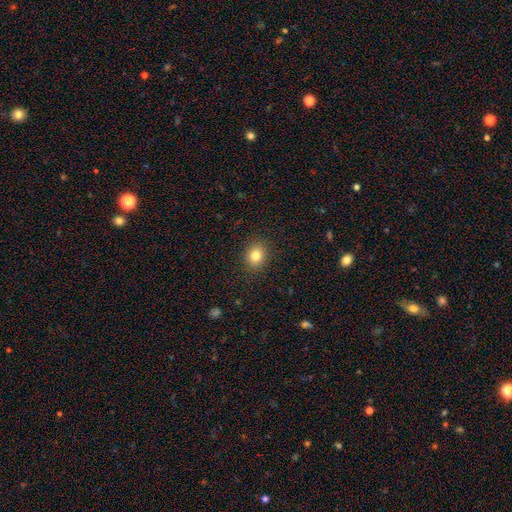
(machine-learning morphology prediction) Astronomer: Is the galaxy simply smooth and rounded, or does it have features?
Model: smooth — 81%.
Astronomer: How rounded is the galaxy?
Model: round — 64%.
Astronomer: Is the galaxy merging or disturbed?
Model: none — 90%.